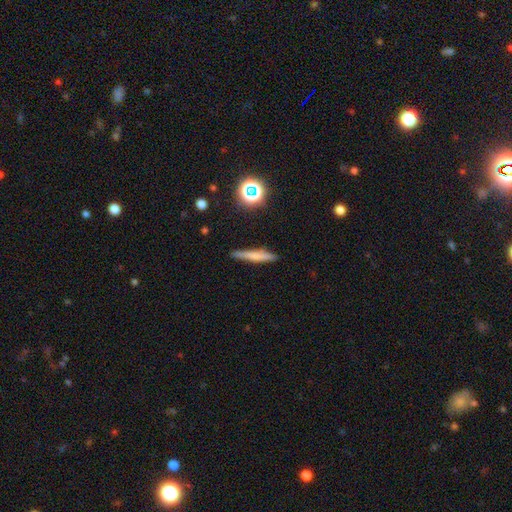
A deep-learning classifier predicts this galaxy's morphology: A smooth galaxy with no disk features (59%) that is cigar-shaped (91%).

Vote fractions:
- Smooth or featured? smooth: 59% / featured or disk: 31% / star or artifact: 10%
- How rounded? cigar-shaped: 91% / in between: 6% / round: 3%
- Merging? none: 87% / minor disturbance: 9% / major disturbance: 2% / merger: 2%